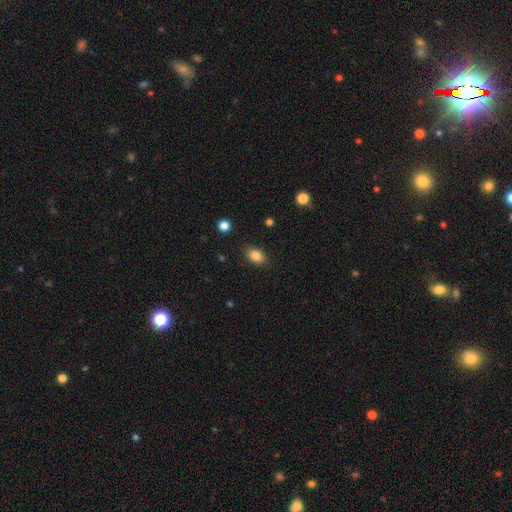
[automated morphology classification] A smooth galaxy with no disk features (85%) that is in between round and cigar-shaped (79%). Merging: none (87%).